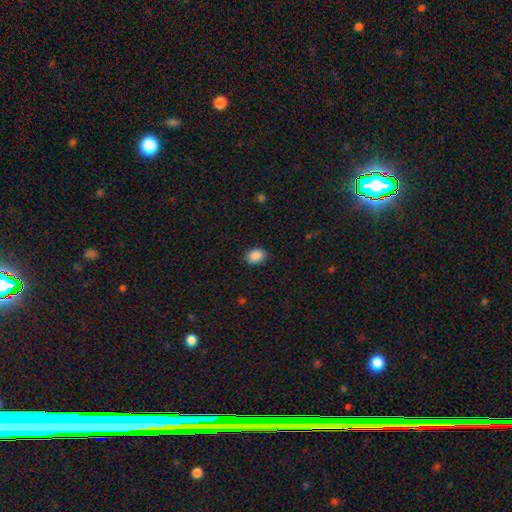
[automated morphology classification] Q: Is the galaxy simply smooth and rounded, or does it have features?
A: smooth — 89%.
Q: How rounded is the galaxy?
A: in between — 76%.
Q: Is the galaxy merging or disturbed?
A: none — 87%.